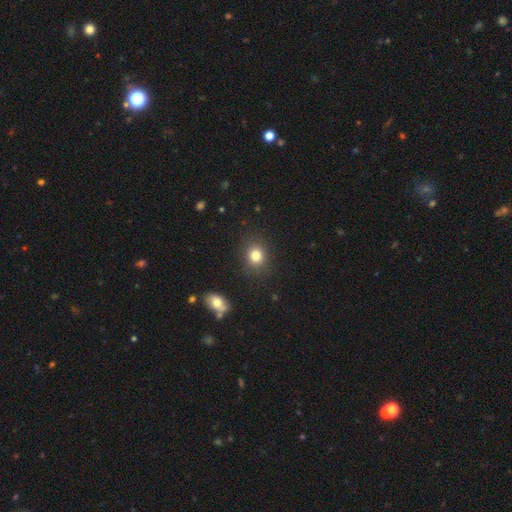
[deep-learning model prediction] A smooth galaxy with no disk features (81%) that is round (70%).

Vote fractions:
- Smooth or featured? smooth: 81% / star or artifact: 12% / featured or disk: 7%
- How rounded? round: 70% / in between: 29% / cigar-shaped: 1%
- Merging? none: 87% / minor disturbance: 9% / major disturbance: 3% / merger: 2%